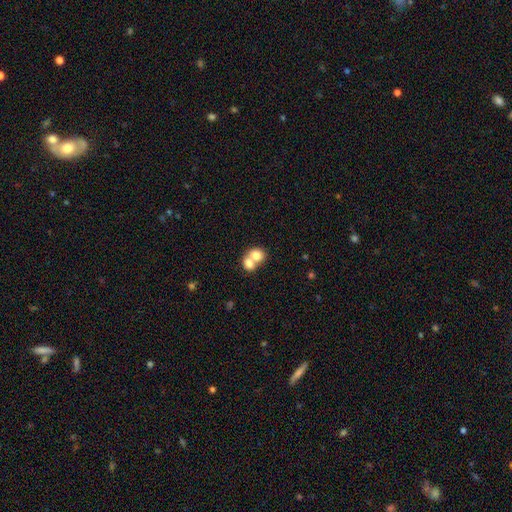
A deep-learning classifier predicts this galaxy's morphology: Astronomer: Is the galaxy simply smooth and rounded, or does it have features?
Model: smooth — 74%.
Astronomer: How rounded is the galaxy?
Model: round — 58% (runner-up: in between, 41%).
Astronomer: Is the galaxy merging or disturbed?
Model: merger — 73%.